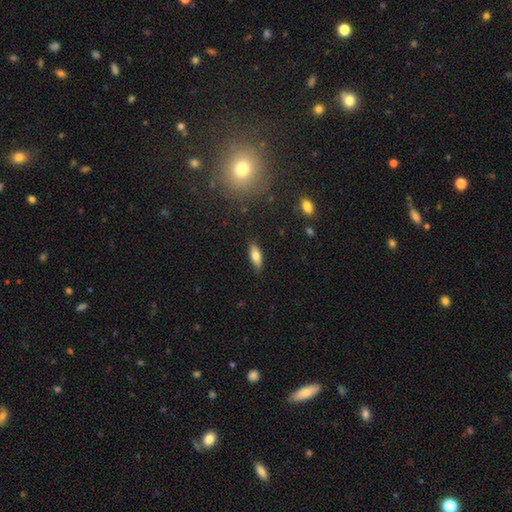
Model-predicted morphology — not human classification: Overall: smooth (75%). How rounded: in between (70%). Merging: none (86%).